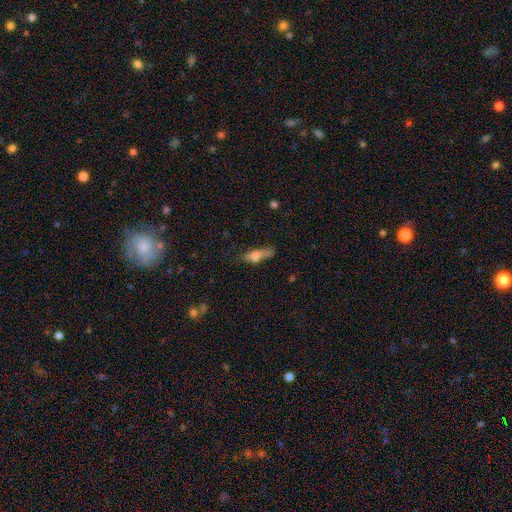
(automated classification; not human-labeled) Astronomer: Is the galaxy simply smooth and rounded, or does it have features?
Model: smooth — 63%.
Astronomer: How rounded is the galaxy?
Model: cigar-shaped — 57% (runner-up: in between, 39%).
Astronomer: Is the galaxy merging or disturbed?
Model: none — 51%.